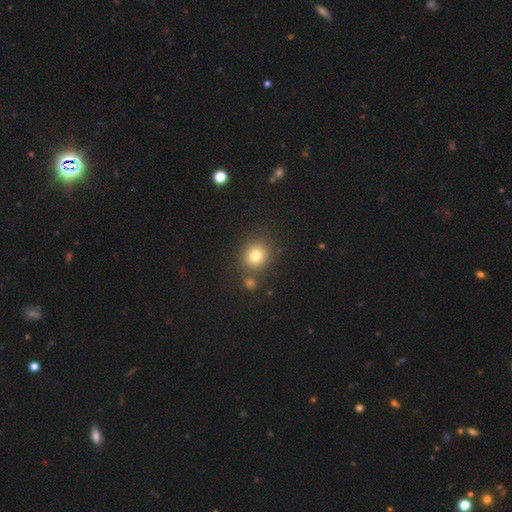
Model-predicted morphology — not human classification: Smooth or featured: smooth — 78% (star or artifact — 13%)
How rounded: round — 83% (in between — 17%)
Merging: none — 79% (merger — 9%)